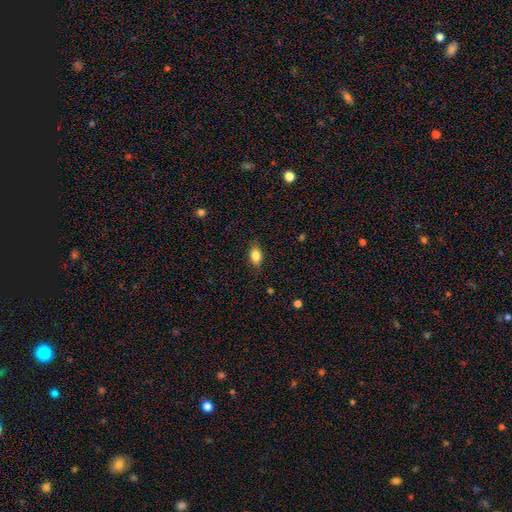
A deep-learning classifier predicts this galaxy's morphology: smooth-or-featured: smooth: 84% | star or artifact: 9% | featured or disk: 8%
  how-rounded: in between: 80% | round: 18% | cigar-shaped: 3%
  merging: none: 83% | minor disturbance: 13% | major disturbance: 3% | merger: 1%